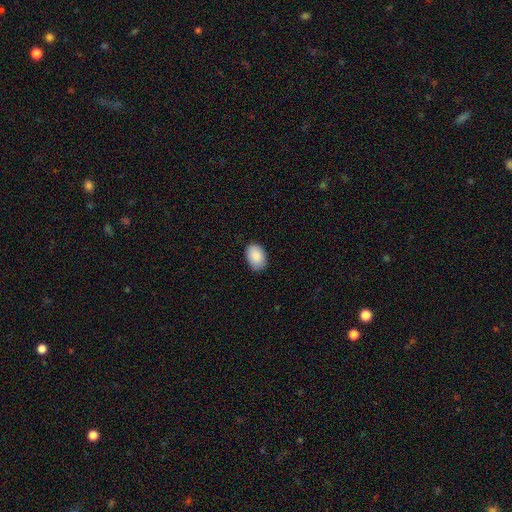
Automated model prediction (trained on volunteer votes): Smooth or featured: smooth — 90% (star or artifact — 6%)
How rounded: in between — 87% (round — 12%)
Merging: none — 85% (minor disturbance — 12%)